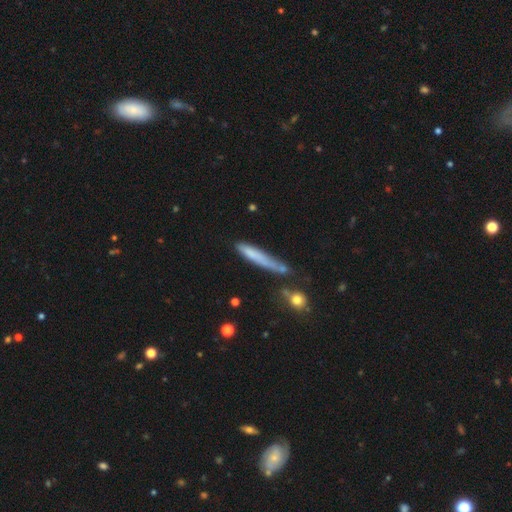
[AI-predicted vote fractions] A smooth galaxy with no disk features (67%) that is cigar-shaped (91%). Merging: none (49%).